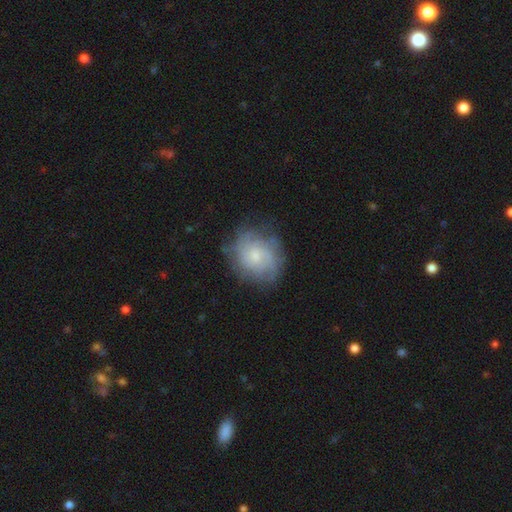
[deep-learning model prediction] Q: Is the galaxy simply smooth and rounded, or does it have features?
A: featured or disk — 59%.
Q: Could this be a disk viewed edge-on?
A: no — 98%.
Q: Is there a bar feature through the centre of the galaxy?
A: no — 76%.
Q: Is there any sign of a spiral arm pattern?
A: yes — 83%.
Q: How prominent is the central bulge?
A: small — 56%.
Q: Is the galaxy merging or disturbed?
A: none — 70%.